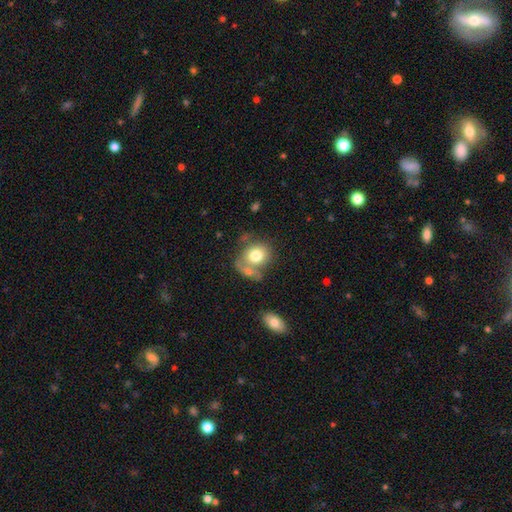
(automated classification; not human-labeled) Smooth or featured?
  - smooth: 75% *
  - featured or disk: 17%
  - star or artifact: 8%
How rounded?
  - round: 68% *
  - in between: 31%
  - cigar-shaped: 1%
Merging?
  - none: 41% *
  - merger: 34%
  - minor disturbance: 15%
  - major disturbance: 9%